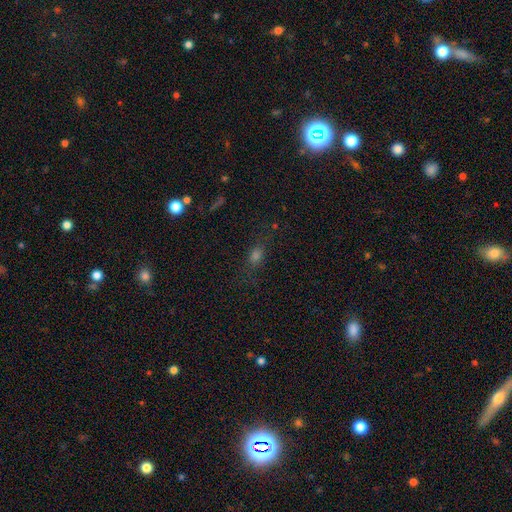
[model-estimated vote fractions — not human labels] Overall: smooth (58%; star or artifact 26%). How rounded: in between (62%; round 25%). Merging: none (71%).